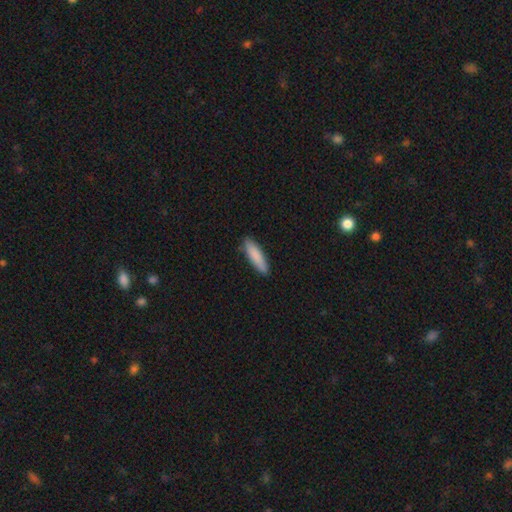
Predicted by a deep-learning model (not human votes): smooth-or-featured: smooth: 86% | featured or disk: 8% | star or artifact: 5%
  how-rounded: cigar-shaped: 71% | in between: 28% | round: 1%
  merging: none: 87% | minor disturbance: 10% | major disturbance: 2% | merger: 1%